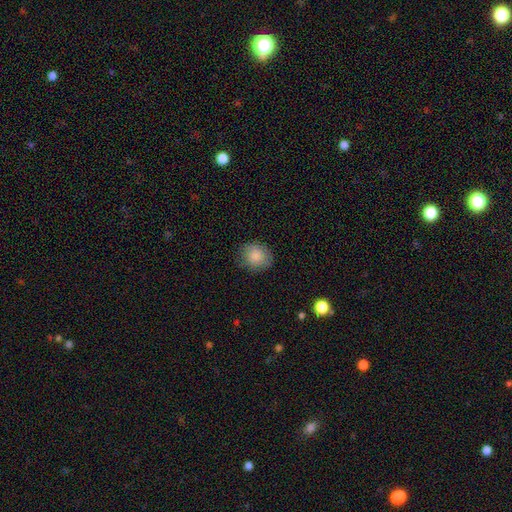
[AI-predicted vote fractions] smooth_or_featured: smooth (p=0.84) [alt: featured or disk p=0.09]
how_rounded: round (p=0.70) [alt: in between p=0.29]
merging: none (p=0.80) [alt: minor disturbance p=0.15]